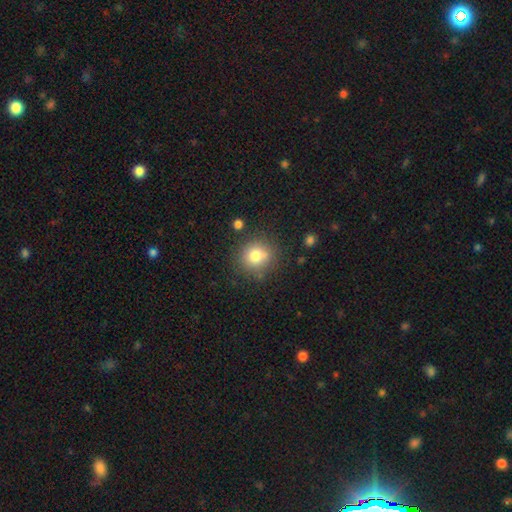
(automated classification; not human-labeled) Morphology: type=smooth (77%); roundness=round (88%); merging=none (75%).